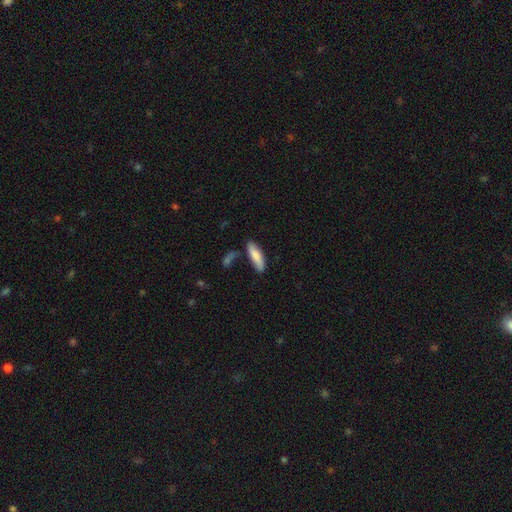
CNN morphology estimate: Smooth or featured: smooth — 81% (featured or disk — 13%)
How rounded: cigar-shaped — 50% (in between — 48%)
Merging: none — 64% (minor disturbance — 21%)